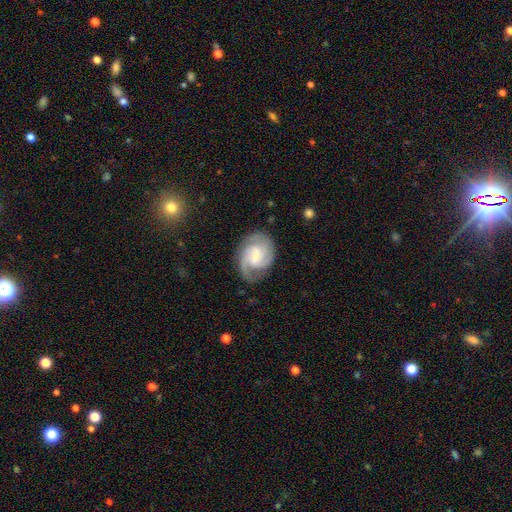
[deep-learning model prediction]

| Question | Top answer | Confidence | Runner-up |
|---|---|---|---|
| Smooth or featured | featured or disk | 84% | smooth (11%) |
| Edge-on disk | no | 98% | yes (2%) |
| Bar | weak | 51% | no (36%) |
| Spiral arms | yes | 97% | no (3%) |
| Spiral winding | medium | 49% | tight (38%) |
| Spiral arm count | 2 | 55% | 3 (23%) |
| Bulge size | small | 67% | moderate (25%) |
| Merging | none | 73% | minor disturbance (17%) |